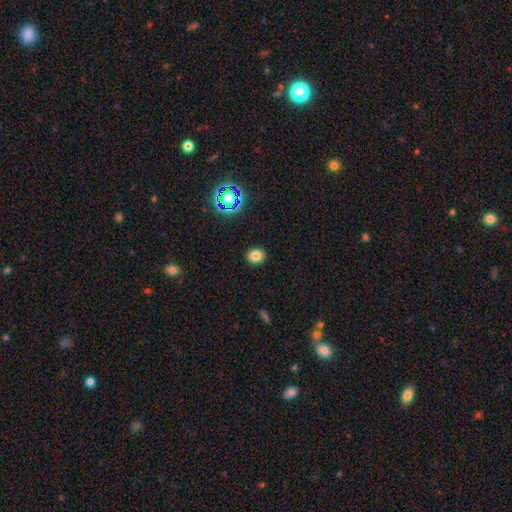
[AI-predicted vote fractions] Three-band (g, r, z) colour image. It shows a smooth galaxy with no disk features (79%) that is round (69%). Merging: none (91%).